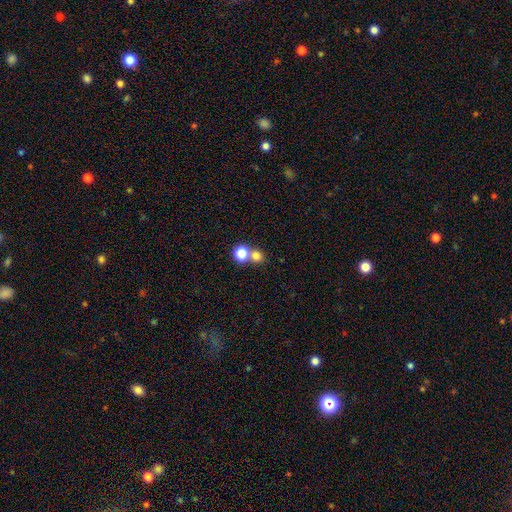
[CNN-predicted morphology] This appears to be a smooth galaxy with no disk features (77%) that is round (85%). Merging: none (47%).